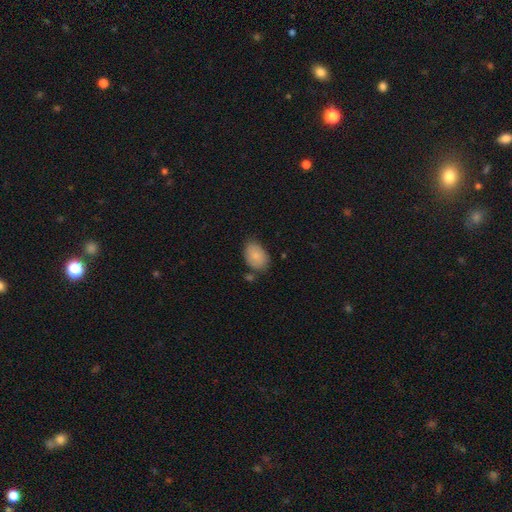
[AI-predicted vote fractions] smooth 83%, featured or disk 11%, star or artifact 7%. Down the decision tree: how rounded — in between (85%); merging — none (69%).